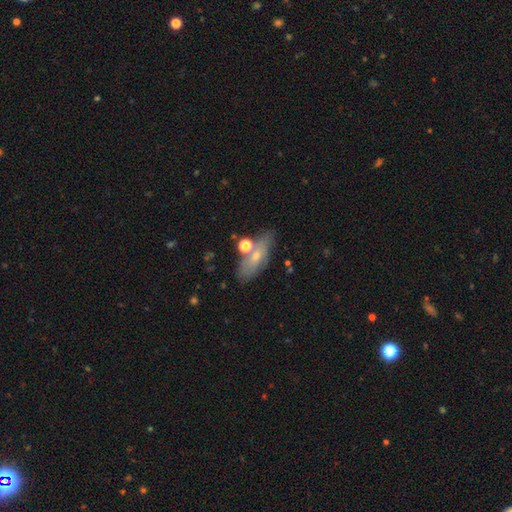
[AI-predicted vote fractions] This appears to be a smooth galaxy with no disk features (53%) that is in between round and cigar-shaped (65%). Merging: none (67%).